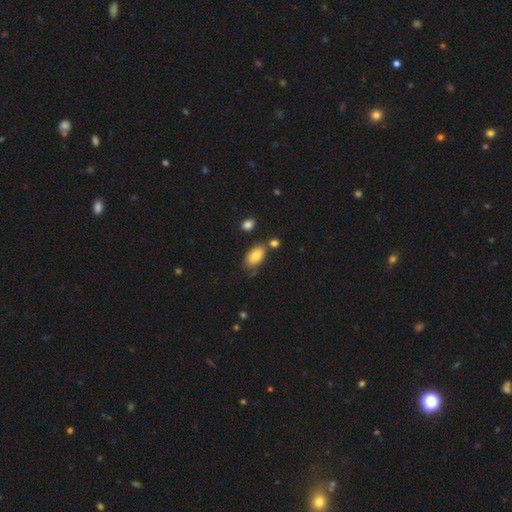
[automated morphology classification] A smooth galaxy with no disk features (82%) that is in between round and cigar-shaped (92%). Merging: none (66%).